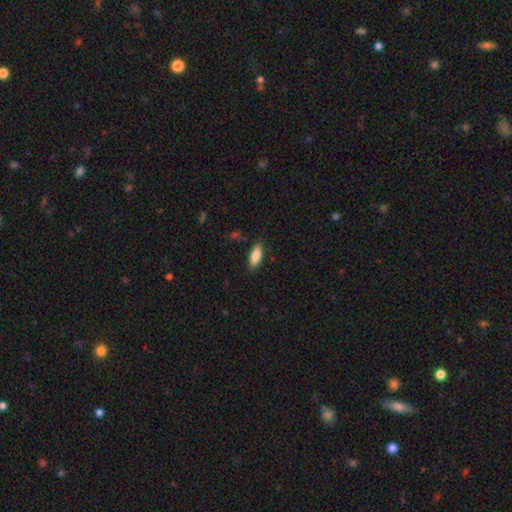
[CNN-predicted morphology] type=smooth (86%); roundness=in between (80%); merging=none (85%).